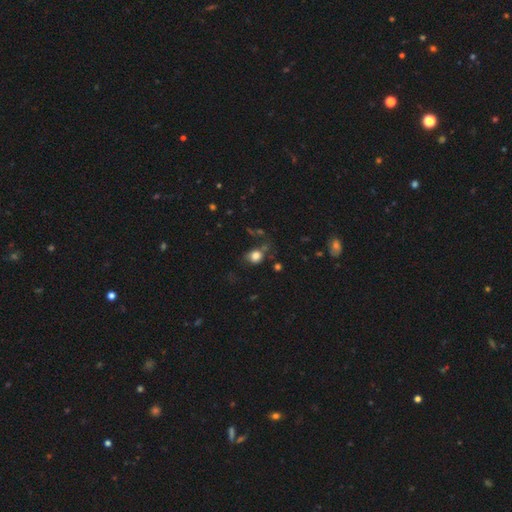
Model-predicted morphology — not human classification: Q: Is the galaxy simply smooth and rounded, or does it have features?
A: smooth — 79%.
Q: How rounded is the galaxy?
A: round — 65%.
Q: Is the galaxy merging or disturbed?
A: none — 55%.